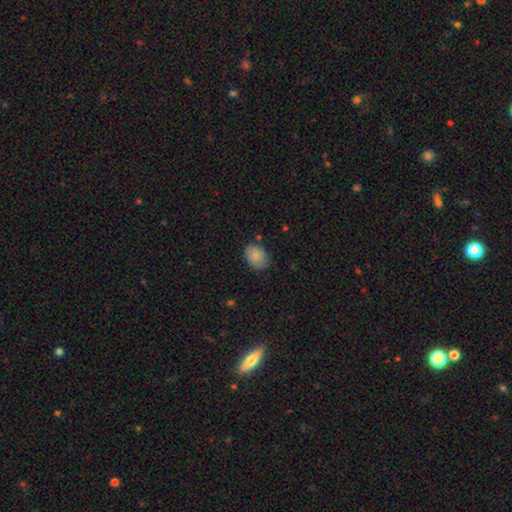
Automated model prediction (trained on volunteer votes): smooth 84%, featured or disk 9%, star or artifact 7%. Down the decision tree: how rounded — in between (74%); merging — none (79%).